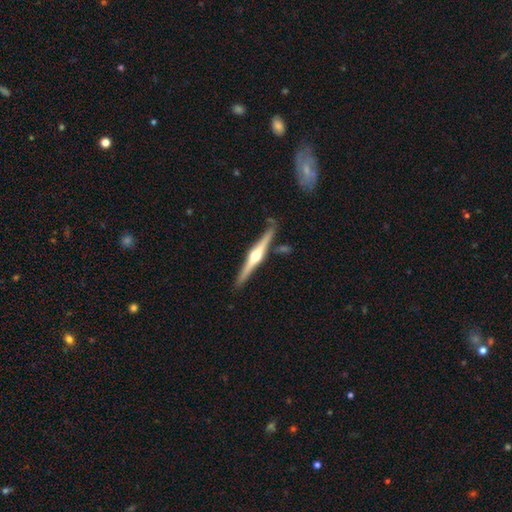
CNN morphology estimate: smooth-or-featured: featured or disk: 80% | smooth: 16% | star or artifact: 5%
  disk-edge-on: yes: 98% | no: 2%
    edge-on-bulge: rounded: 95% | boxy: 3% | none: 2%
  merging: none: 84% | minor disturbance: 10% | merger: 4% | major disturbance: 2%